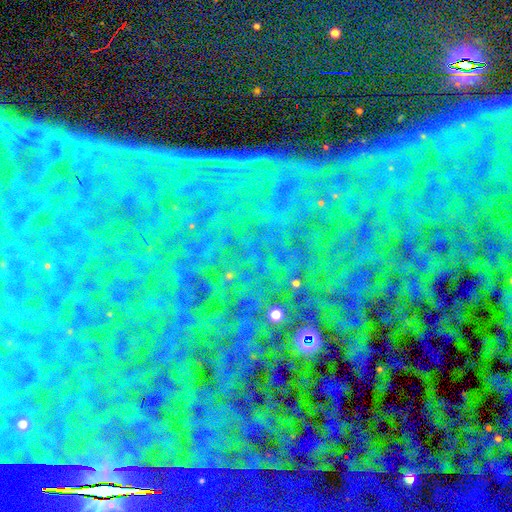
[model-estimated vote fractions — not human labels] This appears to be a star or artifact, not a galaxy (86%).